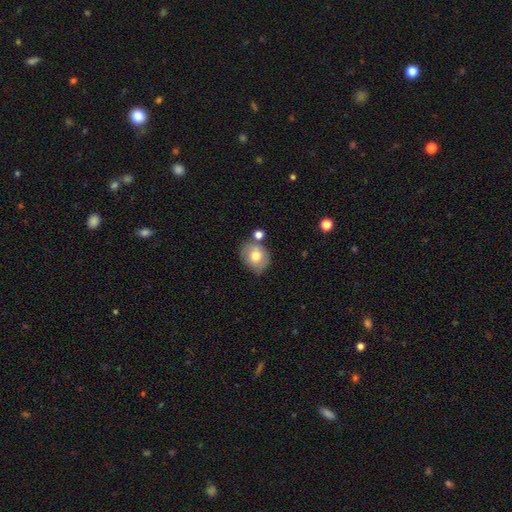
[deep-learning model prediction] A smooth galaxy with no disk features (68%) that is round (58%).

Vote fractions:
- Smooth or featured? smooth: 68% / featured or disk: 24% / star or artifact: 8%
- How rounded? round: 58% / in between: 41% / cigar-shaped: 1%
- Merging? none: 59% / minor disturbance: 20% / merger: 15% / major disturbance: 6%